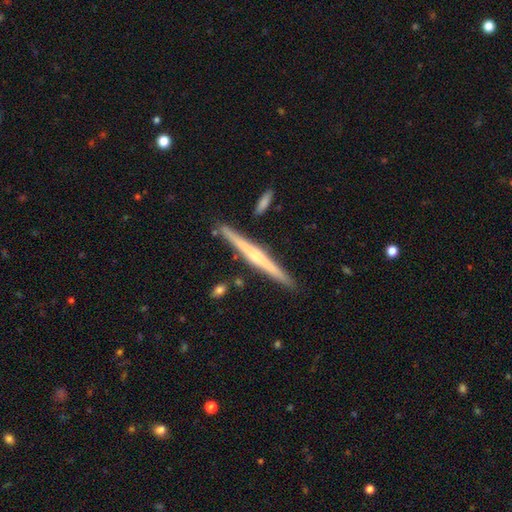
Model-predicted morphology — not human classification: This is likely a featured or disk galaxy (69%). It is clearly viewed edge-on (98%). Edge-on bulge: possibly rounded (58%). Merging: clearly none (89%).